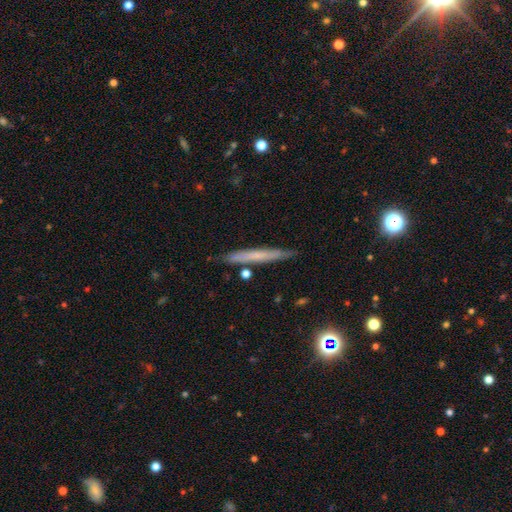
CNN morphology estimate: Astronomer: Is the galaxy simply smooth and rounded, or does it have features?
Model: smooth — 53% (runner-up: featured or disk, 39%).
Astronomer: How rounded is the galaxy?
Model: cigar-shaped — 96%.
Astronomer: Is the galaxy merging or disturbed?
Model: none — 87%.